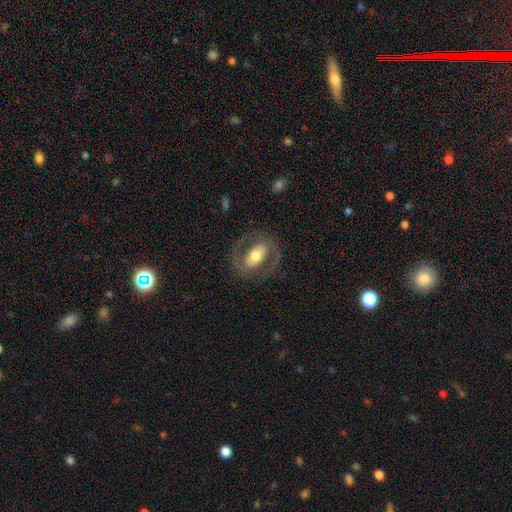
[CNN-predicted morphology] featured or disk 65%, smooth 29%, star or artifact 6%. Down the decision tree: edge-on disk — no (92%); bar — strong (41%); spiral arms — yes (55%); bulge size — moderate (64%); merging — none (76%).